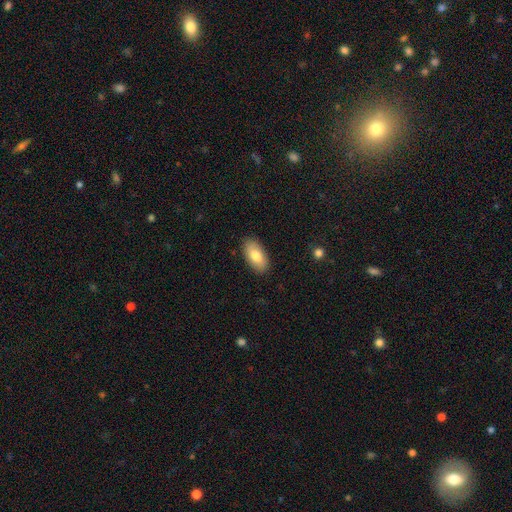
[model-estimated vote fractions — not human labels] A smooth galaxy with no disk features (80%) that is in between round and cigar-shaped (93%). Merging: none (88%).